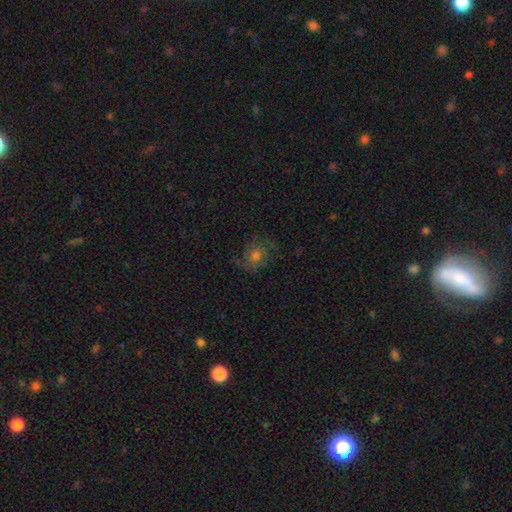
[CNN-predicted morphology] This is possibly a smooth galaxy (47%). Merging: likely none (64%).